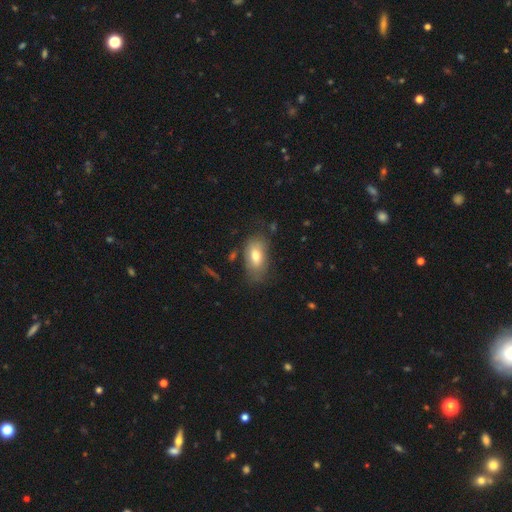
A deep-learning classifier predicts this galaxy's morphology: This is likely a smooth galaxy (73%). How rounded: clearly in between (91%). Merging: likely none (66%).